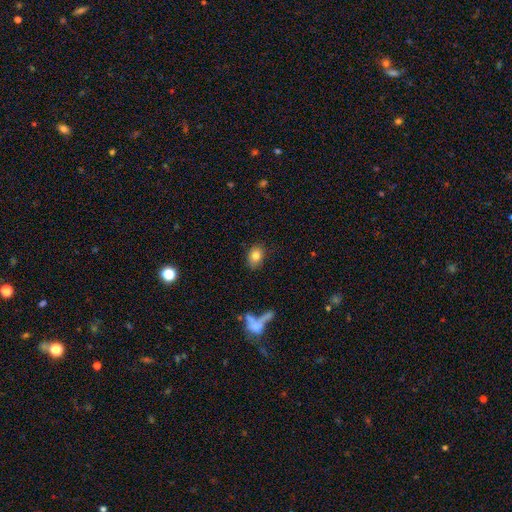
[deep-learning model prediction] smooth_or_featured: smooth (p=0.81) [alt: featured or disk p=0.10]
how_rounded: in between (p=0.63) [alt: round p=0.35]
merging: none (p=0.81) [alt: minor disturbance p=0.13]